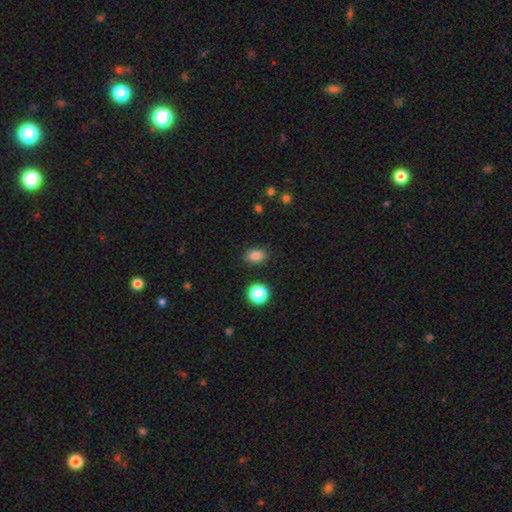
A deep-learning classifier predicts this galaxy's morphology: This appears to be a smooth galaxy with no disk features (84%) that is in between round and cigar-shaped (68%). Merging: none (86%).